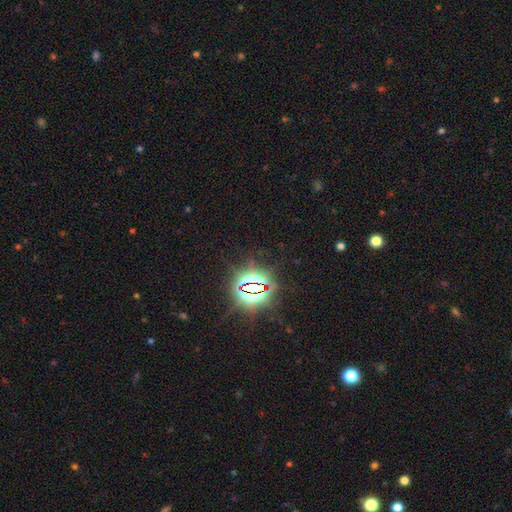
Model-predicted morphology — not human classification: type=star or artifact (85%).